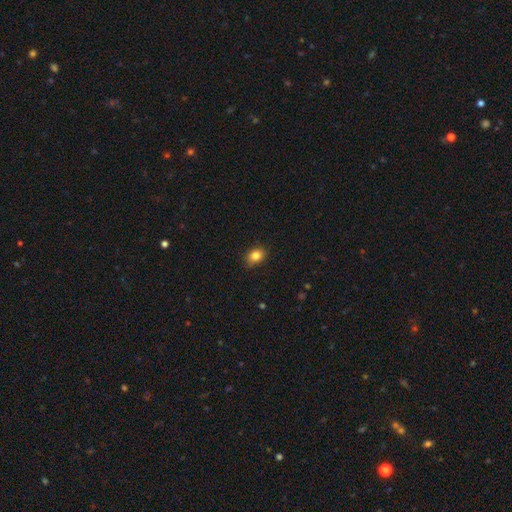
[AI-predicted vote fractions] Overall: smooth (84%). How rounded: in between (60%; round 39%). Merging: none (85%).